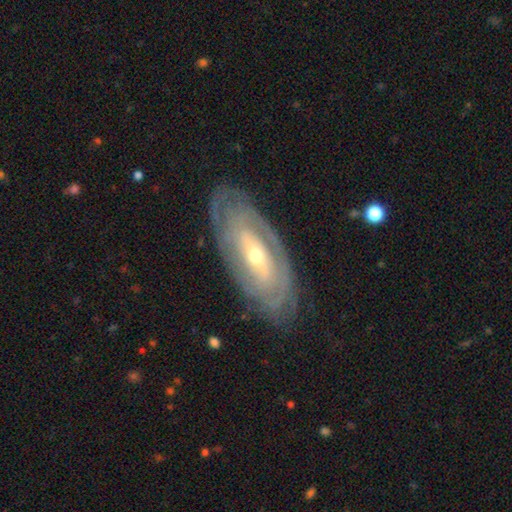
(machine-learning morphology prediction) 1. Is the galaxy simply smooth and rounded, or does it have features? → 80% featured or disk, 14% smooth, 6% star or artifact.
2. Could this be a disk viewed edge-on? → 88% no, 12% yes.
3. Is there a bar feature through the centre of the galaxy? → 56% no, 28% weak, 16% strong.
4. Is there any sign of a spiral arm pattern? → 79% yes, 21% no.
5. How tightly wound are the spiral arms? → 78% tight, 16% medium, 5% loose.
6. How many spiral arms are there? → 57% can't tell, 19% 2, 8% 3, 6% 4, 5% more than 4, 5% 1.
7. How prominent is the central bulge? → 60% small, 36% moderate, 2% large, 1% none, 1% dominant.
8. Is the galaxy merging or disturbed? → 81% none, 14% minor disturbance, 5% major disturbance, 1% merger.